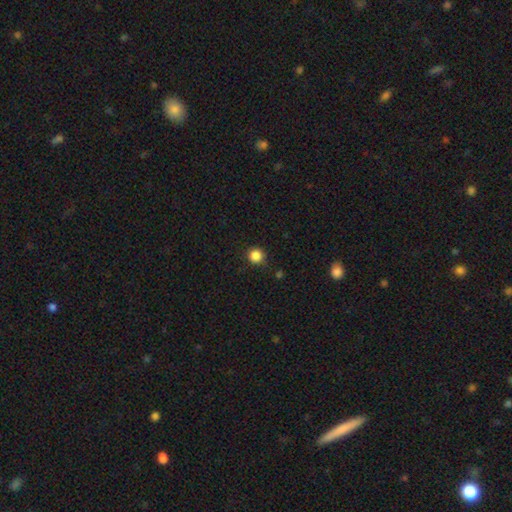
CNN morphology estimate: smooth_or_featured: smooth (p=0.85) [alt: star or artifact p=0.12]
how_rounded: round (p=0.94) [alt: in between p=0.05]
merging: none (p=0.86) [alt: minor disturbance p=0.09]